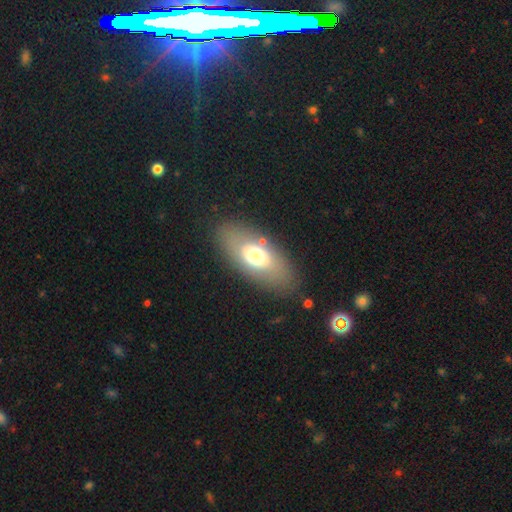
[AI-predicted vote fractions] This appears to be a smooth galaxy with no disk features (60%) that is in between round and cigar-shaped (88%). Merging: none (81%).